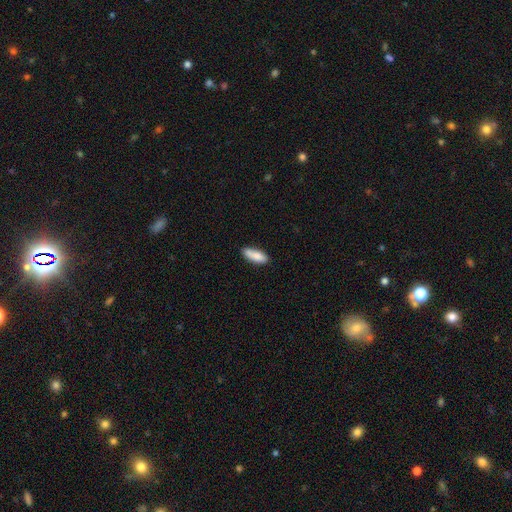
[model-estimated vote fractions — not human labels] Smooth or featured? smooth (84%)
How rounded? in between (63%)
Merging? none (73%)